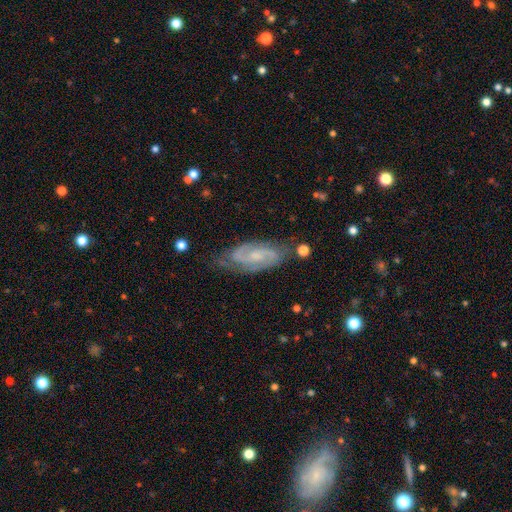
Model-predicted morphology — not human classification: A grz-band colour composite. It shows a featured or disk galaxy (83%) with a weak bar (49%), 2 (87%) medium (49%) spiral arms (96%) and a small central bulge (56%). Merging: none (72%).